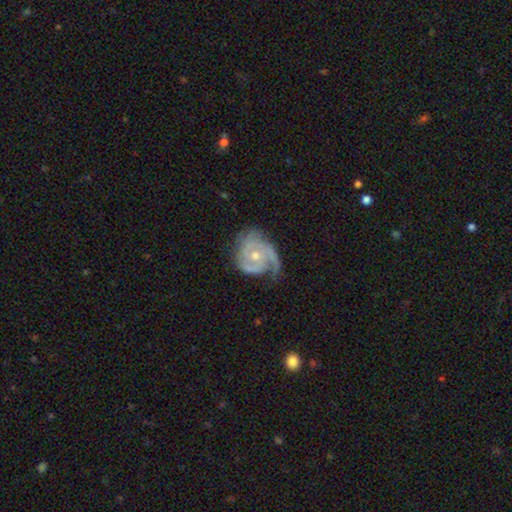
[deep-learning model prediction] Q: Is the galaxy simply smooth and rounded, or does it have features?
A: featured or disk — 88%.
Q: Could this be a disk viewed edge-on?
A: no — 98%.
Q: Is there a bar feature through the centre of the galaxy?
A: no — 75%.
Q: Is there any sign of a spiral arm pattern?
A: yes — 96%.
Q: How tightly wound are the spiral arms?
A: tight — 58%.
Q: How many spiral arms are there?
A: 2 — 40%.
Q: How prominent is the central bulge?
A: moderate — 57%.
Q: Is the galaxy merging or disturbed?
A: none — 55%.